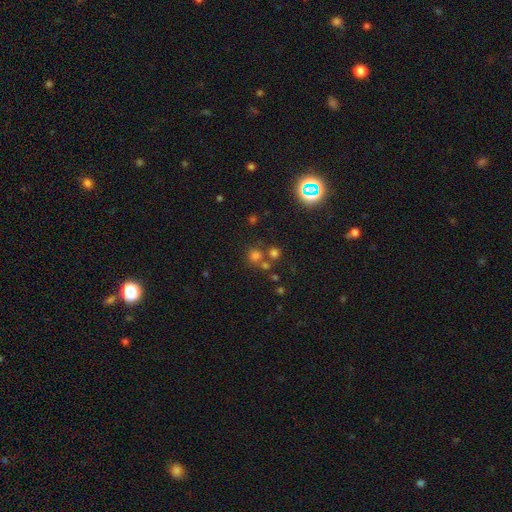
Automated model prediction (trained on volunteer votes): smooth 66%, star or artifact 25%, featured or disk 9%. Down the decision tree: how rounded — round (89%); merging — none (63%).